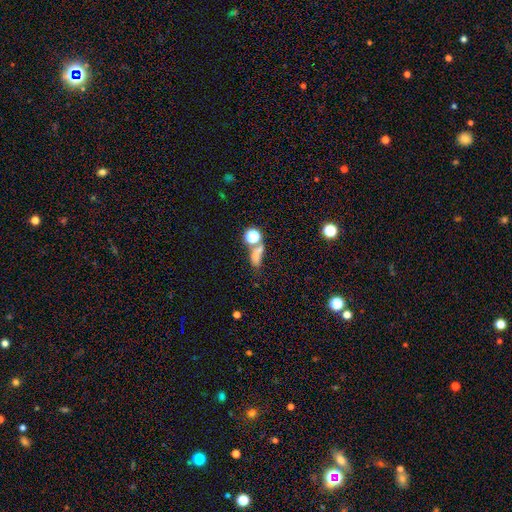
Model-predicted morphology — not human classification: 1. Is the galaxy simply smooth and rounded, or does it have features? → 56% smooth, 27% star or artifact, 16% featured or disk.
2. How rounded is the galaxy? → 56% in between, 30% round, 15% cigar-shaped.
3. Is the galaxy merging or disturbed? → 38% none, 36% merger, 14% minor disturbance, 12% major disturbance.